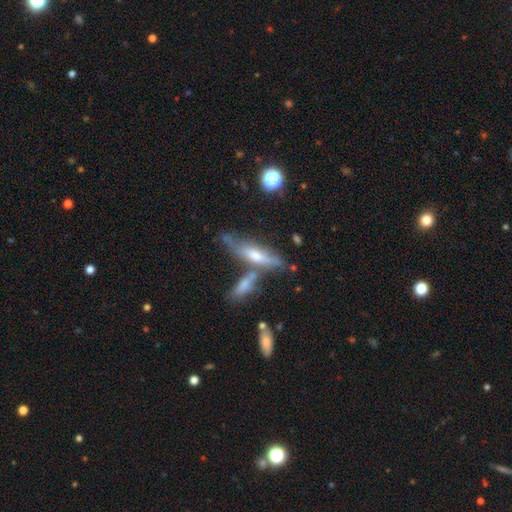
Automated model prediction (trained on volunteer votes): The model was most divided on "smooth or featured": featured or disk: 52%, smooth: 39%, star or artifact: 9%. More confident: edge-on disk — yes (75%); merging — none (50%).